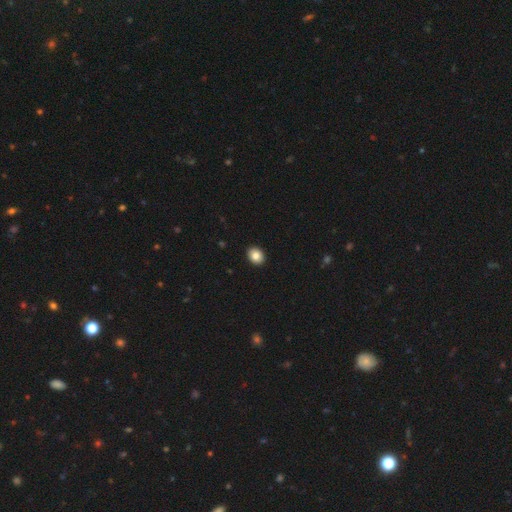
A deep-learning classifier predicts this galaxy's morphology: smooth-or-featured: smooth: 85% | star or artifact: 9% | featured or disk: 6%
  how-rounded: in between: 53% | round: 46% | cigar-shaped: 1%
  merging: none: 92% | minor disturbance: 5% | major disturbance: 1% | merger: 1%